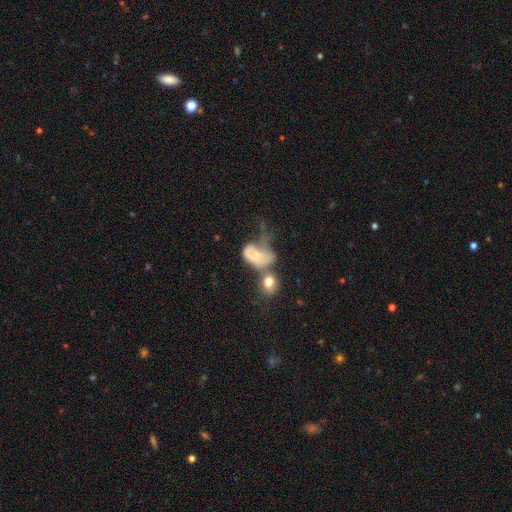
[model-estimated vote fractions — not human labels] Smooth or featured? Predicted: smooth (p=0.54). How rounded? Predicted: in between (p=0.79). Merging? Predicted: merger (p=0.43).